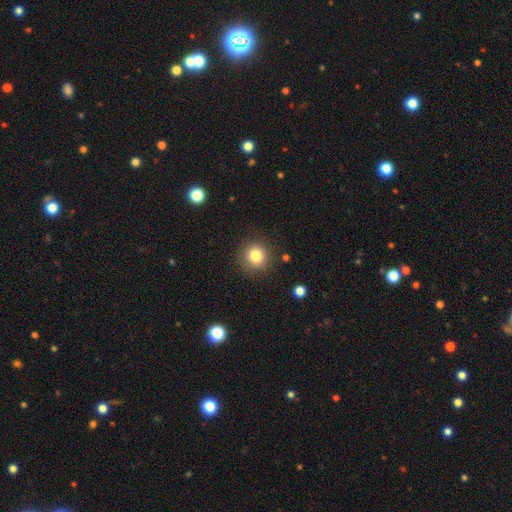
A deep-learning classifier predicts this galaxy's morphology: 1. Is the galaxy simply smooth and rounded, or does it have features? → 81% smooth, 11% star or artifact, 7% featured or disk.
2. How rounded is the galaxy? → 92% round, 7% in between, 1% cigar-shaped.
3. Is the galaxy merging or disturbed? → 88% none, 8% minor disturbance, 3% major disturbance, 2% merger.